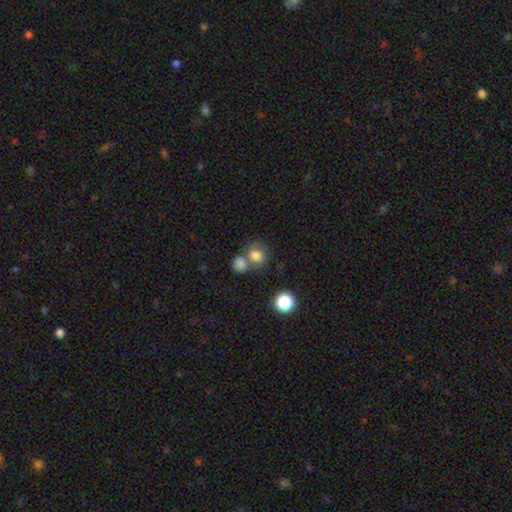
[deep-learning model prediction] smooth 76%, star or artifact 13%, featured or disk 11%. Down the decision tree: how rounded — round (66%); merging — none (43%).